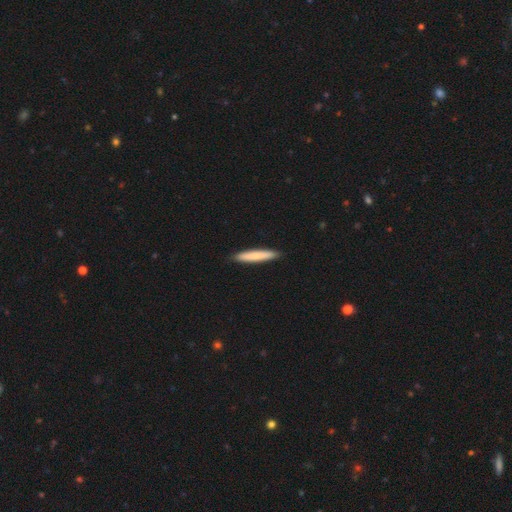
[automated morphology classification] Q: Smooth or featured?
A: smooth (79%); runner-up: featured or disk (16%)
Q: How rounded?
A: cigar-shaped (93%); runner-up: in between (6%)
Q: Merging?
A: none (92%); runner-up: minor disturbance (6%)